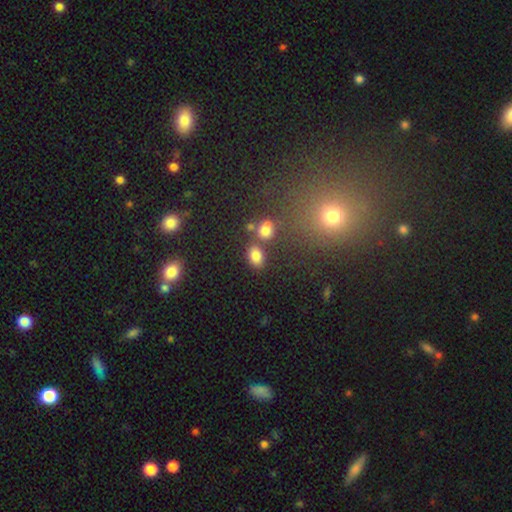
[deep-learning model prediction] smooth 79%, star or artifact 14%, featured or disk 8%. Down the decision tree: how rounded — in between (72%); merging — none (68%).